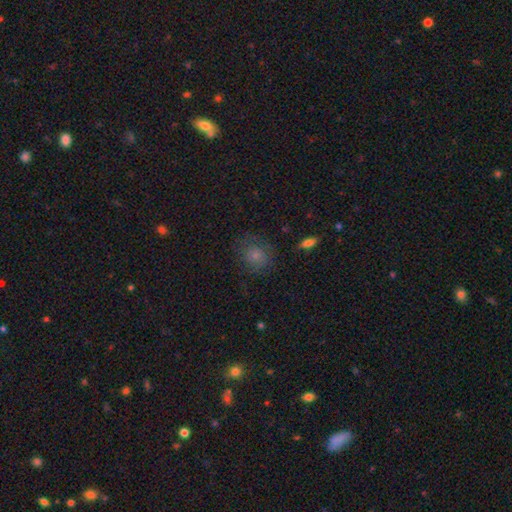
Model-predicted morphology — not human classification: Overall: smooth (74%). How rounded: round (80%). Merging: none (69%).